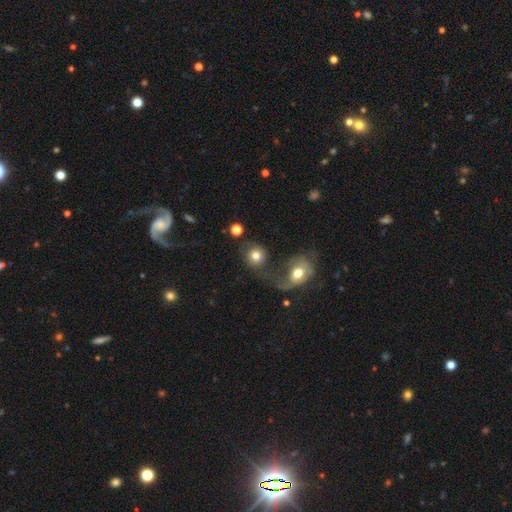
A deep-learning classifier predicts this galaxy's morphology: This is likely a smooth galaxy (75%). How rounded: clearly round (83%). Merging: marginally none (41%).